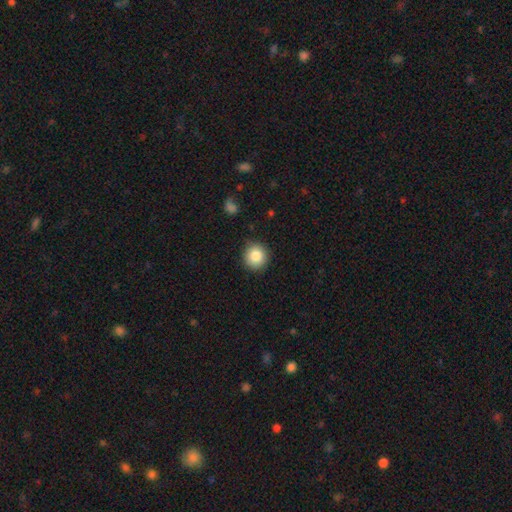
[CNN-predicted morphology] Smooth or featured?
  - smooth: 84% *
  - star or artifact: 9%
  - featured or disk: 7%
How rounded?
  - round: 93% *
  - in between: 6%
  - cigar-shaped: 1%
Merging?
  - none: 89% *
  - minor disturbance: 7%
  - major disturbance: 2%
  - merger: 1%